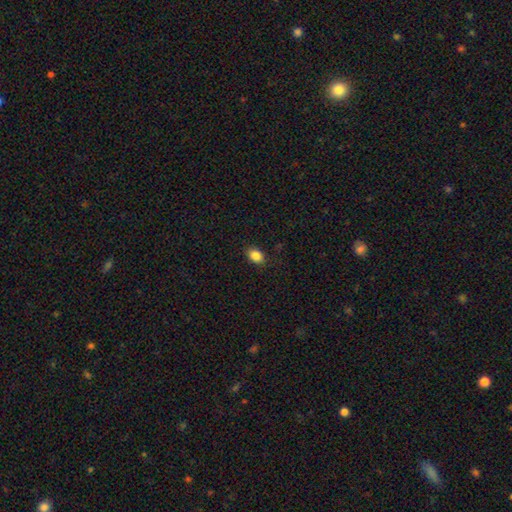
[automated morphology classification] smooth_or_featured: smooth (p=0.86) [alt: star or artifact p=0.09]
how_rounded: in between (p=0.75) [alt: round p=0.24]
merging: none (p=0.87) [alt: minor disturbance p=0.10]